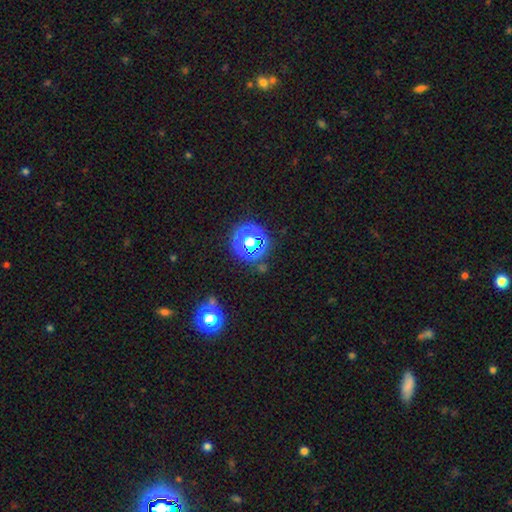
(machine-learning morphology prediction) type=star or artifact (69%).